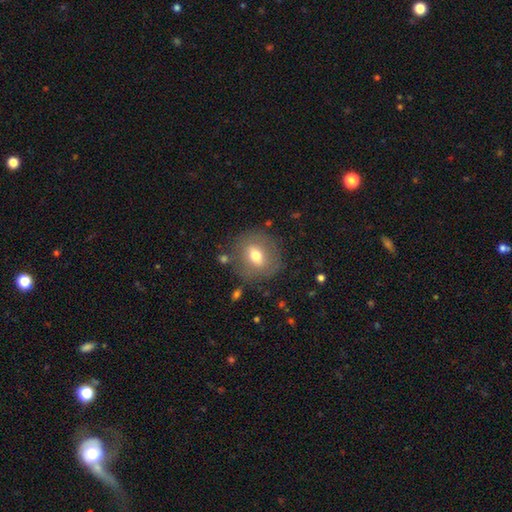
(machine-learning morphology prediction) Smooth or featured? smooth (60%)
How rounded? round (70%)
Merging? none (79%)